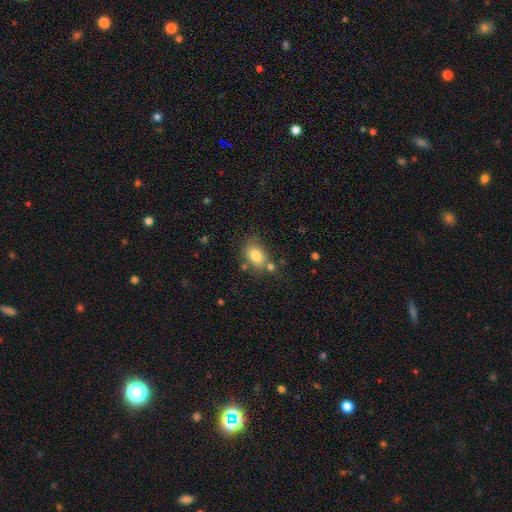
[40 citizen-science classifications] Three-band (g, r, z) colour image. It shows a smooth galaxy with no disk features (70%) that is in between round and cigar-shaped (75%). Merging: none (57%).